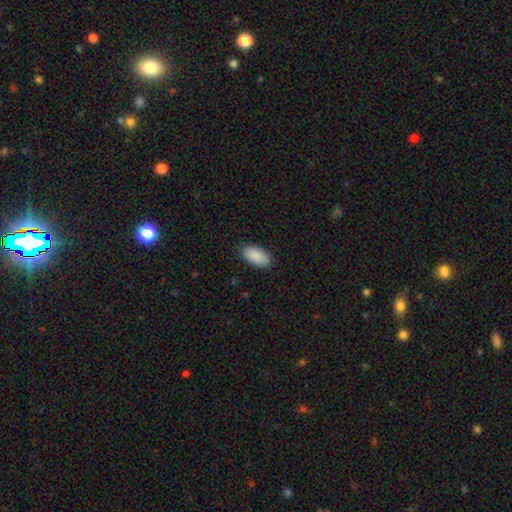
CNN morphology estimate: Smooth or featured?
  - smooth: 90% *
  - star or artifact: 6%
  - featured or disk: 4%
How rounded?
  - in between: 95% *
  - cigar-shaped: 3%
  - round: 2%
Merging?
  - none: 87% *
  - minor disturbance: 10%
  - major disturbance: 2%
  - merger: 1%